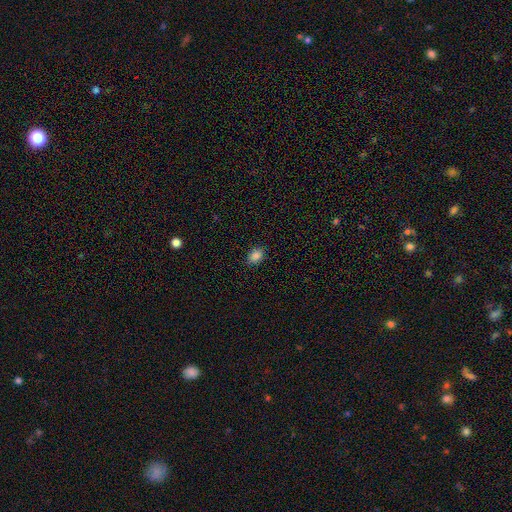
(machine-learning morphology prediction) smooth_or_featured: smooth (p=0.85) [alt: star or artifact p=0.11]
how_rounded: in between (p=0.72) [alt: round p=0.27]
merging: none (p=0.86) [alt: minor disturbance p=0.11]